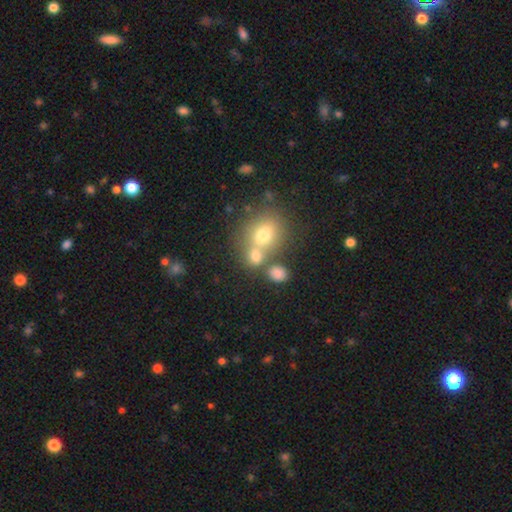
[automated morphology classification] Overall: smooth (71%). How rounded: round (63%; in between 36%). Merging: none (43%; merger 42%).